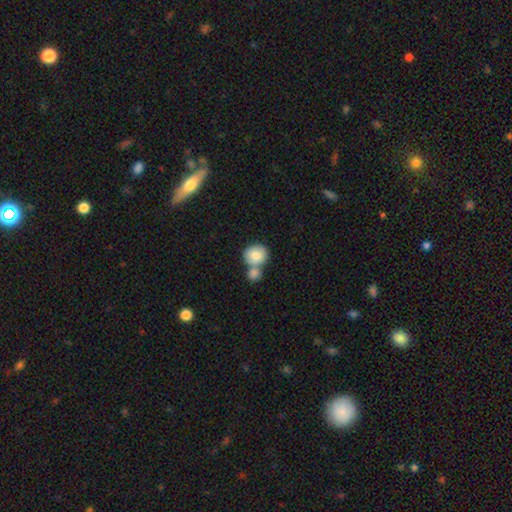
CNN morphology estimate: smooth_or_featured: smooth (p=0.81) [alt: featured or disk p=0.12]
how_rounded: round (p=0.75) [alt: in between p=0.24]
merging: merger (p=0.49) [alt: none p=0.39]